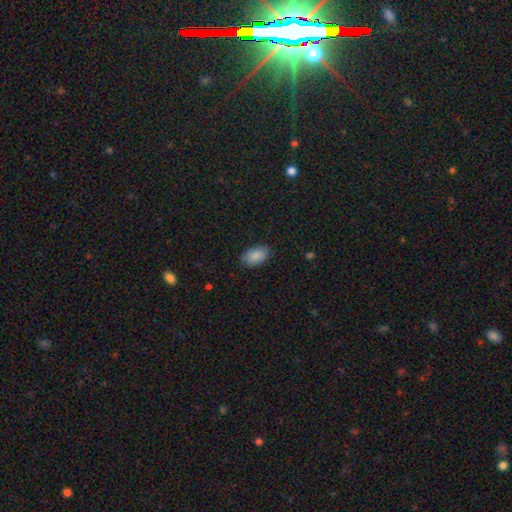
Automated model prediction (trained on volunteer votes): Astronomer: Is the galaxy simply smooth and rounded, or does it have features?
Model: smooth — 88%.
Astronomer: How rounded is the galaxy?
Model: in between — 93%.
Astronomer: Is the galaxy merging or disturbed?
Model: none — 86%.